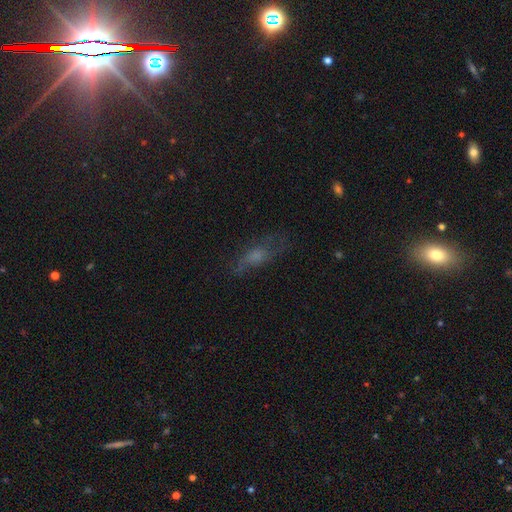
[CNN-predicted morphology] smooth-or-featured: smooth: 47% | featured or disk: 35% | star or artifact: 18%
  merging: none: 57% | minor disturbance: 23% | major disturbance: 18% | merger: 2%